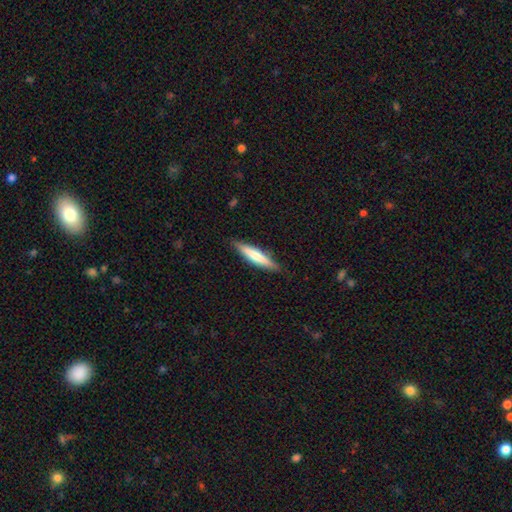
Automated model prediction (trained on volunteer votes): A smooth galaxy with no disk features (58%) that is cigar-shaped (87%). Merging: none (86%).